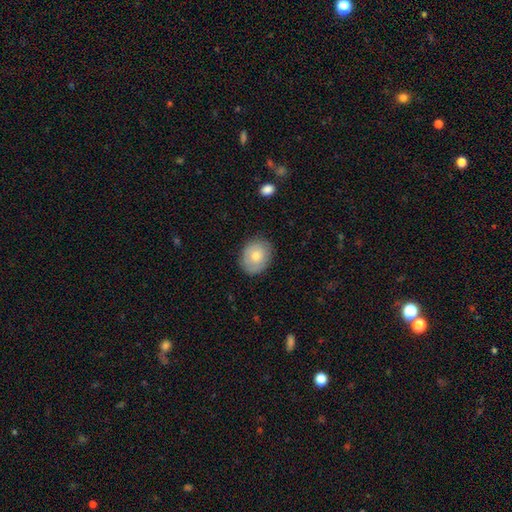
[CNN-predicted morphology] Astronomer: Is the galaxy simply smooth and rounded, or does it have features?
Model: smooth — 72%.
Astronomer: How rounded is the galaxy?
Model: round — 51% (runner-up: in between, 48%).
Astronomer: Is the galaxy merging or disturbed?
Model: none — 83%.